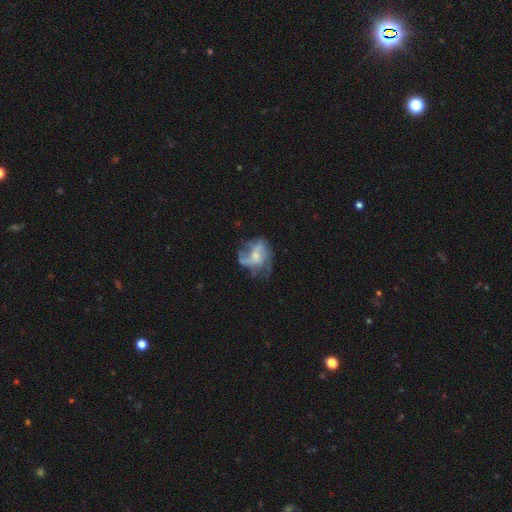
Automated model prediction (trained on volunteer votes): smooth-or-featured: featured or disk: 69% | smooth: 22% | star or artifact: 9%
  disk-edge-on: no: 98% | yes: 2%
    bar: no: 63% | weak: 30% | strong: 6%
    has-spiral-arms: yes: 71% | no: 29%
    bulge-size: small: 45% | moderate: 38% | none: 12% | large: 4% | dominant: 1%
  merging: none: 44% | major disturbance: 29% | minor disturbance: 23% | merger: 4%